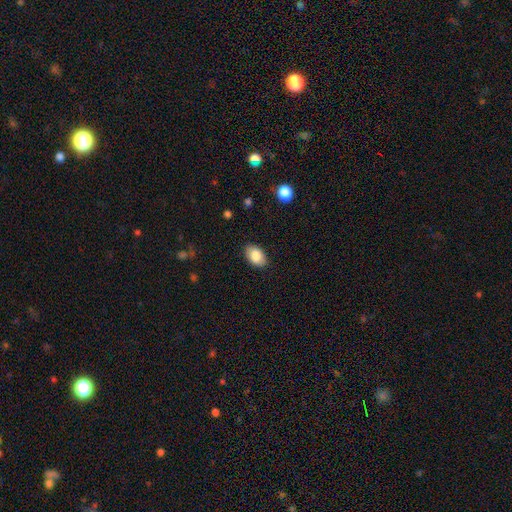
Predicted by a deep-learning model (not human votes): Morphology: type=smooth (87%); roundness=in between (89%); merging=none (86%).